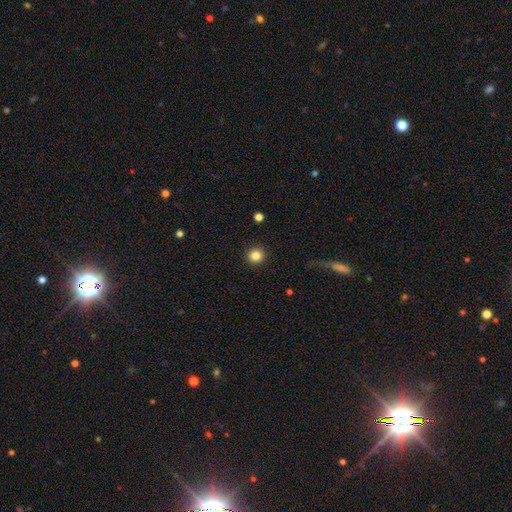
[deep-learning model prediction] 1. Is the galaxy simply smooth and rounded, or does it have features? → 85% smooth, 11% star or artifact, 4% featured or disk.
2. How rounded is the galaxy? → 93% round, 6% in between, 1% cigar-shaped.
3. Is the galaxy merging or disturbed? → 91% none, 6% minor disturbance, 2% major disturbance, 1% merger.